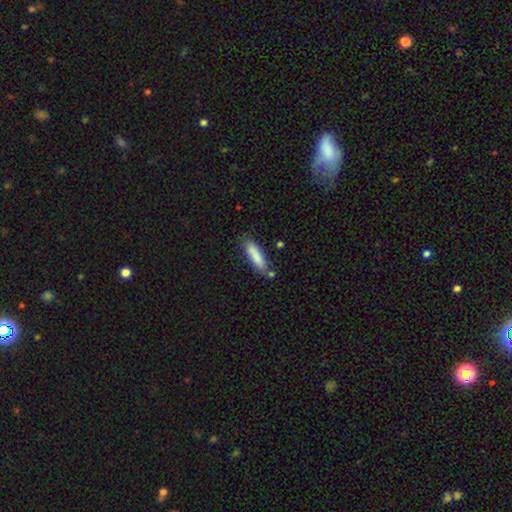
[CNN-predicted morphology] Smooth or featured: smooth — 84% (featured or disk — 10%)
How rounded: cigar-shaped — 68% (in between — 30%)
Merging: none — 72% (minor disturbance — 17%)